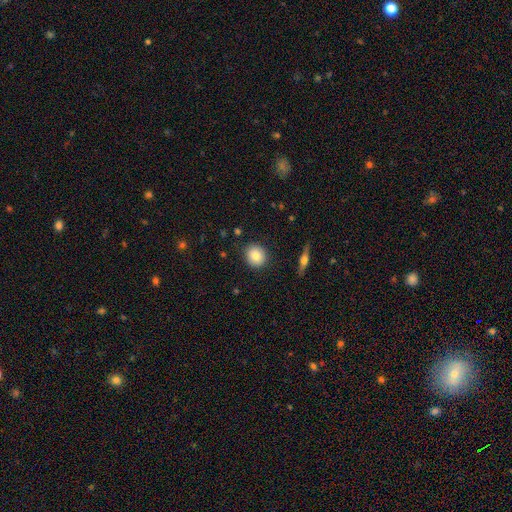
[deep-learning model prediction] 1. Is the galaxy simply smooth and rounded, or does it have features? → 84% smooth, 9% featured or disk, 8% star or artifact.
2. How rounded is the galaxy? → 80% round, 18% in between, 1% cigar-shaped.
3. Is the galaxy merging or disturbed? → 89% none, 7% minor disturbance, 2% major disturbance, 1% merger.